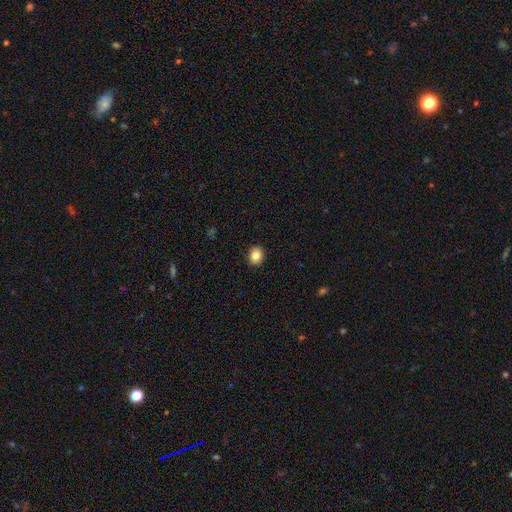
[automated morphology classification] Smooth or featured?
  - smooth: 86% *
  - star or artifact: 9%
  - featured or disk: 5%
How rounded?
  - round: 56% *
  - in between: 43%
  - cigar-shaped: 1%
Merging?
  - none: 91% *
  - minor disturbance: 6%
  - major disturbance: 2%
  - merger: 1%